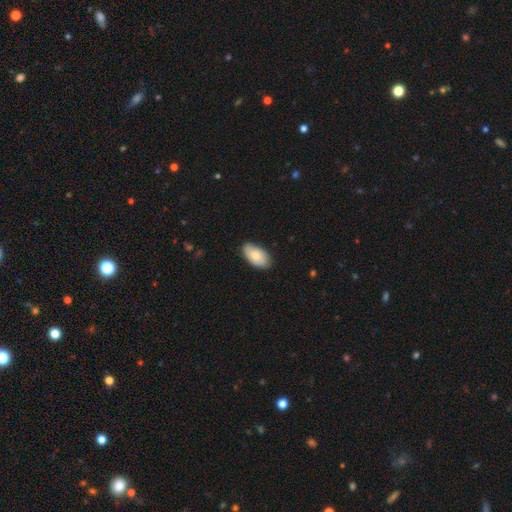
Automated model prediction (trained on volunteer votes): The model was most divided on "smooth or featured": smooth: 80%, featured or disk: 15%, star or artifact: 6%. More confident: how rounded — in between (95%); merging — none (81%).